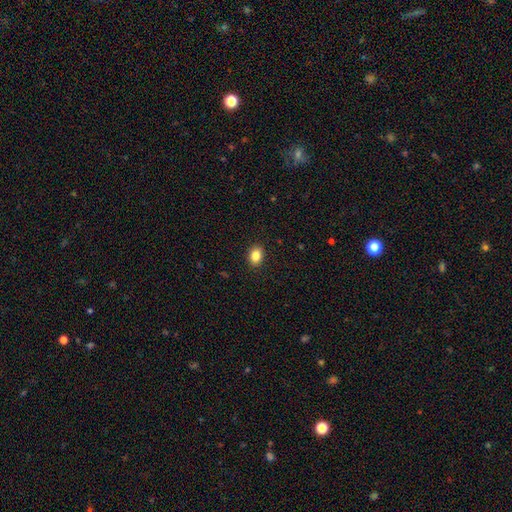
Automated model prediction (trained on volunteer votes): smooth-or-featured: smooth: 85% | star or artifact: 9% | featured or disk: 5%
  how-rounded: in between: 67% | round: 32% | cigar-shaped: 1%
  merging: none: 91% | minor disturbance: 7% | major disturbance: 2% | merger: 1%